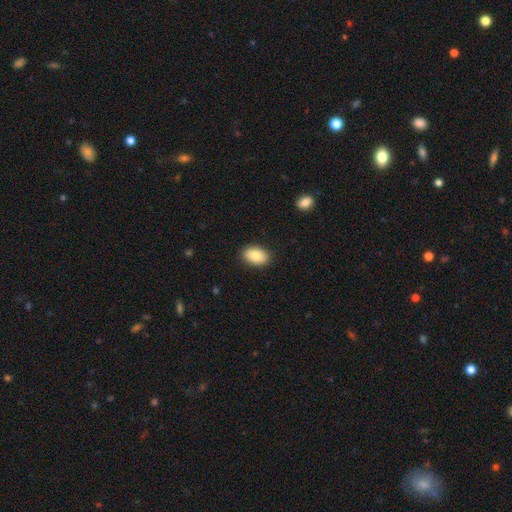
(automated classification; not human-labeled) Overall: smooth (86%). How rounded: in between (89%). Merging: none (89%).